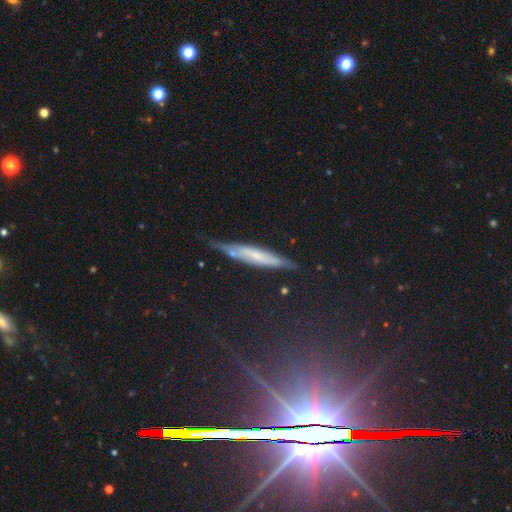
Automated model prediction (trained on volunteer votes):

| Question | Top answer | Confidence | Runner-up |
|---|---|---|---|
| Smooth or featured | featured or disk | 53% | smooth (36%) |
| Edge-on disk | yes | 76% | no (24%) |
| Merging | none | 66% | minor disturbance (25%) |